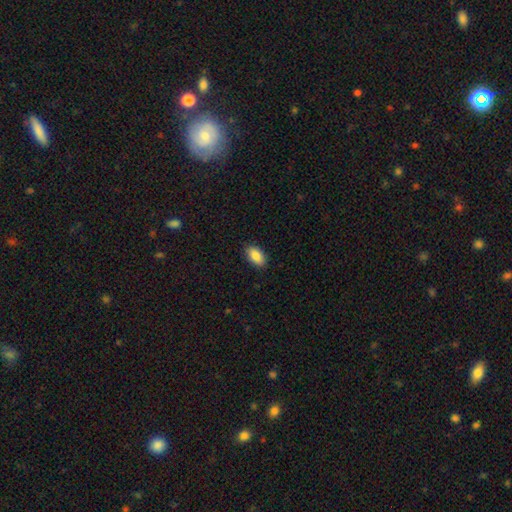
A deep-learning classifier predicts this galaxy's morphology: smooth-or-featured: smooth: 86% | featured or disk: 7% | star or artifact: 7%
  how-rounded: in between: 93% | round: 4% | cigar-shaped: 3%
  merging: none: 89% | minor disturbance: 8% | major disturbance: 2% | merger: 1%